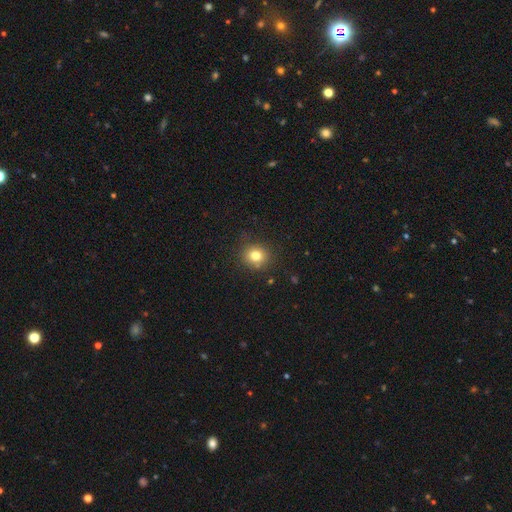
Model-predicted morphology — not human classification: The model was most divided on "how rounded": round: 83%, in between: 16%, cigar-shaped: 1%. More confident: merging — none (85%); smooth or featured — smooth (80%).